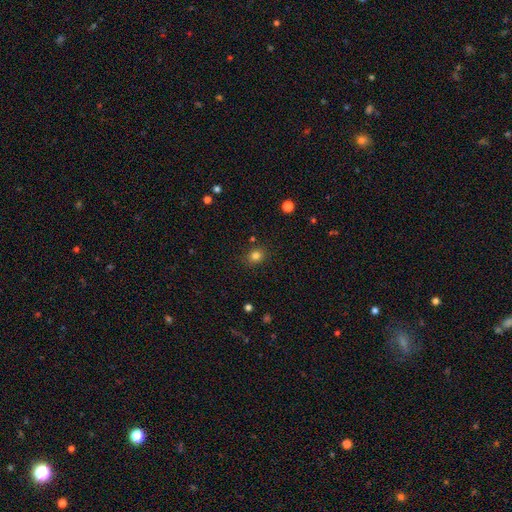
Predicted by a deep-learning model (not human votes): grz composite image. It shows a smooth galaxy with no disk features (81%) that is round (68%). Merging: none (86%).